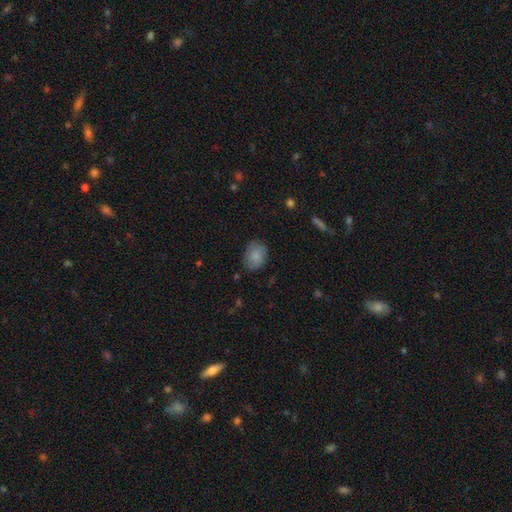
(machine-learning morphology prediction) Smooth or featured? Predicted: smooth (p=0.83). How rounded? Predicted: in between (p=0.62). Merging? Predicted: none (p=0.76).